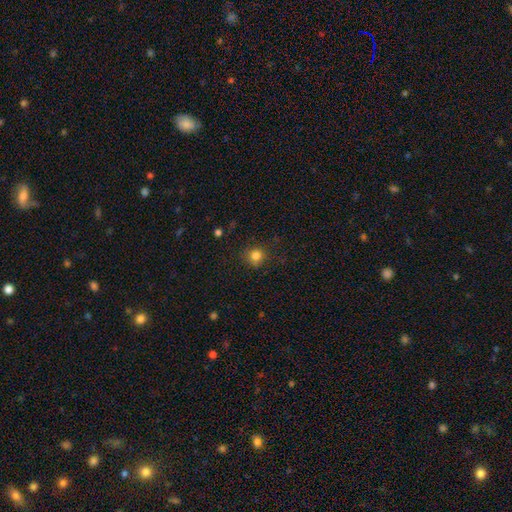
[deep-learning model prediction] This appears to be a smooth galaxy with no disk features (82%) that is round (91%). Merging: none (85%).